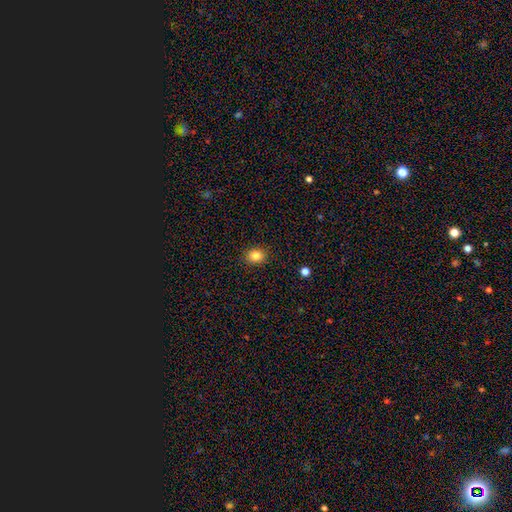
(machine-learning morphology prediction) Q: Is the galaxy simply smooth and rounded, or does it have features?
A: smooth — 84%.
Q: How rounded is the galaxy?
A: round — 63%.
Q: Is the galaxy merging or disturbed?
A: none — 90%.